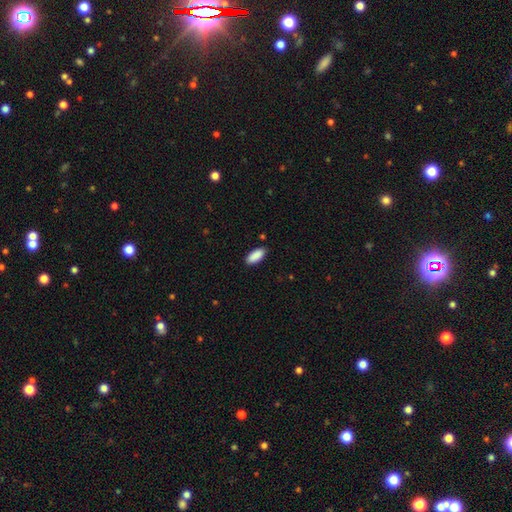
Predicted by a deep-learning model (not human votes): This appears to be a smooth galaxy with no disk features (91%) that is in between round and cigar-shaped (87%). Merging: none (88%).